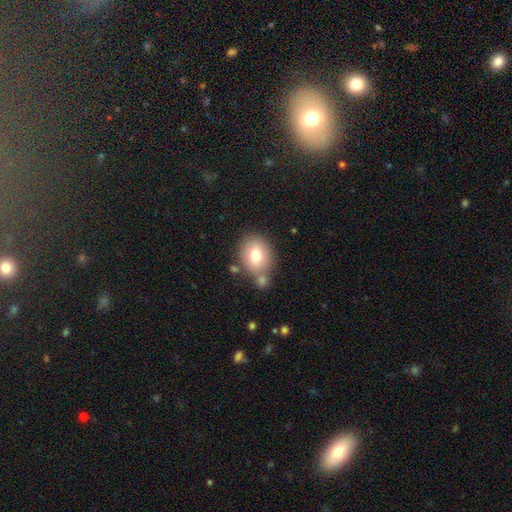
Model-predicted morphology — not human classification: smooth 75%, featured or disk 16%, star or artifact 9%. Down the decision tree: how rounded — round (55%); merging — none (60%).